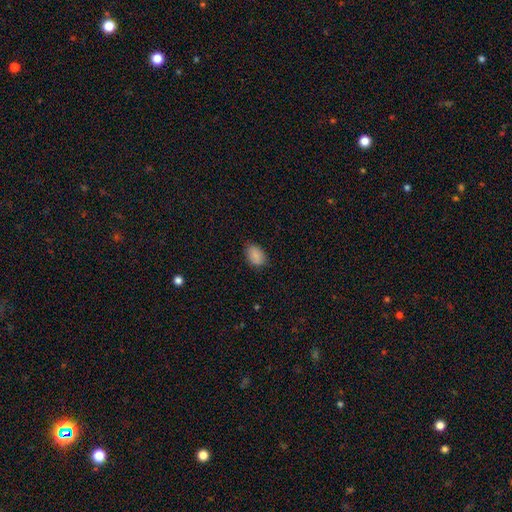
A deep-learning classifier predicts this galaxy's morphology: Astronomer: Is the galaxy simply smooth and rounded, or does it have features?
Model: smooth — 86%.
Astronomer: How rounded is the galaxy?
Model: in between — 88%.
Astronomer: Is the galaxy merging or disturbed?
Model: none — 79%.